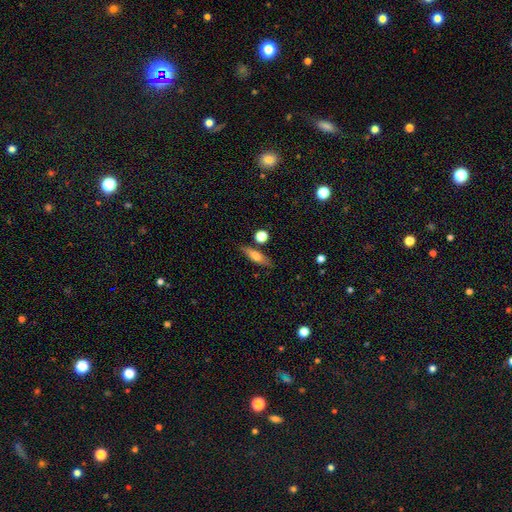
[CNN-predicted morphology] Smooth or featured?
  - smooth: 59% *
  - featured or disk: 33%
  - star or artifact: 8%
How rounded?
  - cigar-shaped: 57% *
  - in between: 38%
  - round: 5%
Merging?
  - none: 79% *
  - minor disturbance: 12%
  - merger: 6%
  - major disturbance: 3%